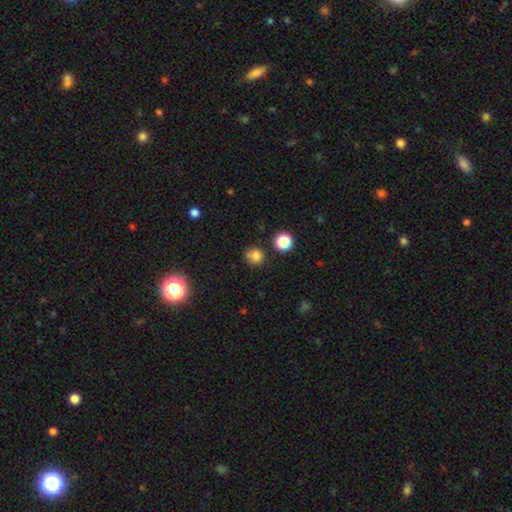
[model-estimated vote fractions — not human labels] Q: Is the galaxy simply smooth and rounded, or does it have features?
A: smooth — 77%.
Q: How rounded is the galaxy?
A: round — 87%.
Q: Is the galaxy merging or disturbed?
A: none — 72%.